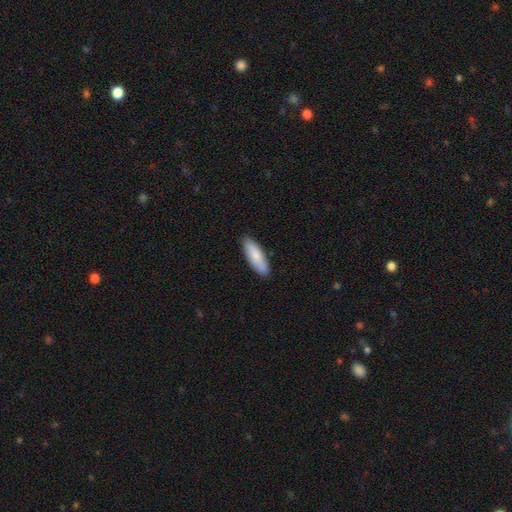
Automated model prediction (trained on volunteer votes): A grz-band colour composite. It shows a smooth galaxy with no disk features (83%) that is in between round and cigar-shaped (60%). Merging: none (88%).